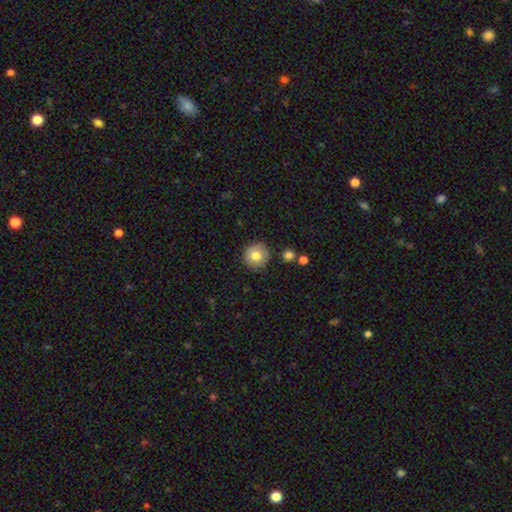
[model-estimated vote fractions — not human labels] This is likely a smooth galaxy (79%). How rounded: clearly round (94%). Merging: clearly none (88%).